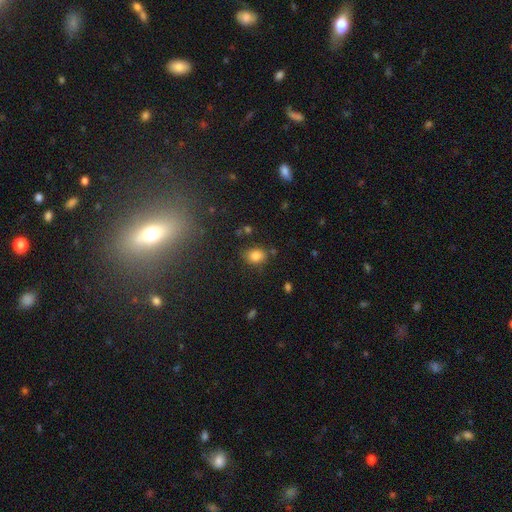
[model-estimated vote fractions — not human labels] smooth_or_featured: smooth (p=0.81) [alt: star or artifact p=0.12]
how_rounded: in between (p=0.57) [alt: round p=0.42]
merging: none (p=0.75) [alt: minor disturbance p=0.16]